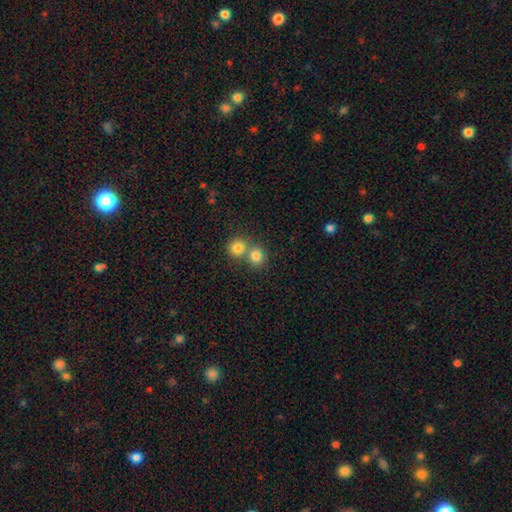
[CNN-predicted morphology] This appears to be a smooth galaxy with no disk features (81%) that is round (87%). Merging: none (49%).